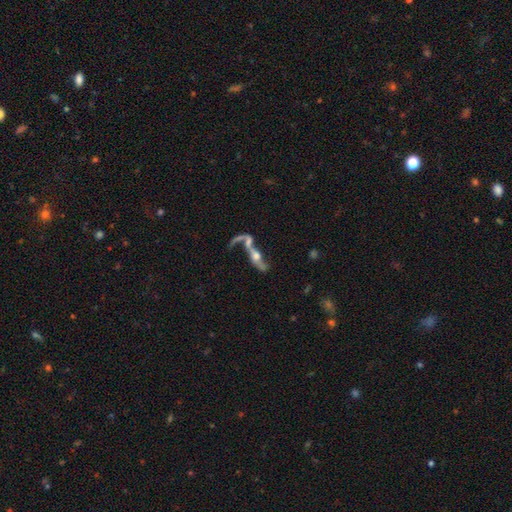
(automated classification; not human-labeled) featured or disk 71%, smooth 20%, star or artifact 9%. Down the decision tree: edge-on disk — no (60%); merging — merger (45%).